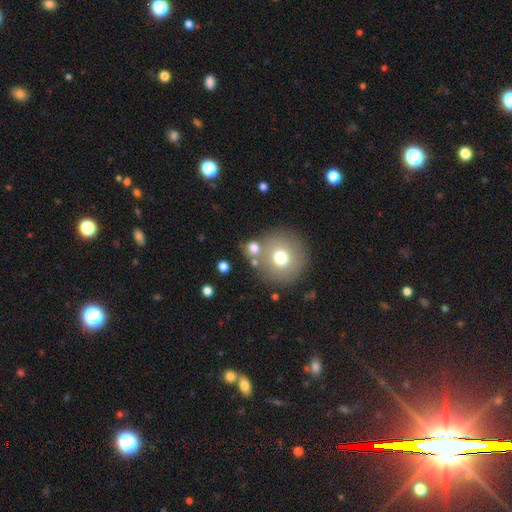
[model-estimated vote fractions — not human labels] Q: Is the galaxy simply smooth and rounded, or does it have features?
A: smooth — 69%.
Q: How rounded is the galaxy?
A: round — 93%.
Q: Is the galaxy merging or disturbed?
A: none — 76%.